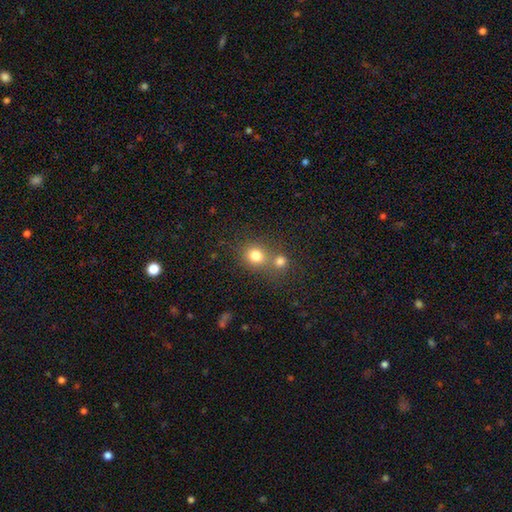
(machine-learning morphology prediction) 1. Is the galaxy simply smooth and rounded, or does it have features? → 78% smooth, 14% star or artifact, 8% featured or disk.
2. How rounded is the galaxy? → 82% round, 17% in between, 1% cigar-shaped.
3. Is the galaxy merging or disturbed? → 51% none, 39% merger, 7% minor disturbance, 3% major disturbance.